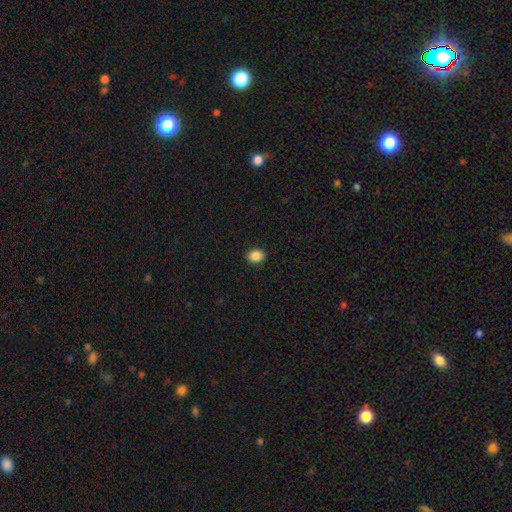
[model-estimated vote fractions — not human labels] smooth-or-featured: smooth: 88% | star or artifact: 9% | featured or disk: 3%
  how-rounded: in between: 61% | round: 38% | cigar-shaped: 1%
  merging: none: 91% | minor disturbance: 6% | major disturbance: 2% | merger: 1%